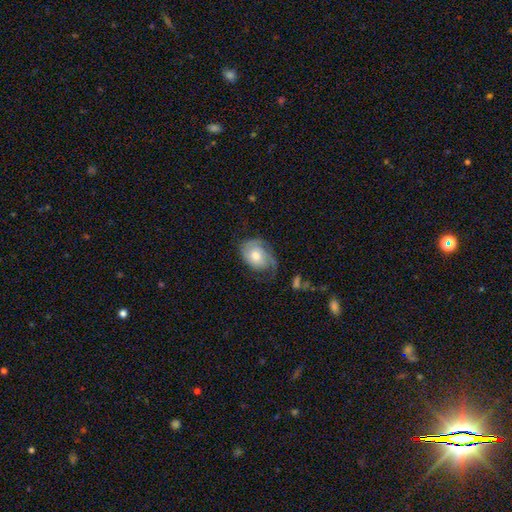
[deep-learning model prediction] Smooth or featured: featured or disk — 63% (smooth — 31%)
Edge-on disk: no — 96% (yes — 4%)
Bar: no — 78% (weak — 19%)
Spiral arms: yes — 87% (no — 13%)
Spiral winding: tight — 45% (medium — 34%)
Spiral arm count: 1 — 31% (2 — 30%)
Bulge size: moderate — 66% (small — 18%)
Merging: none — 46% (minor disturbance — 28%)